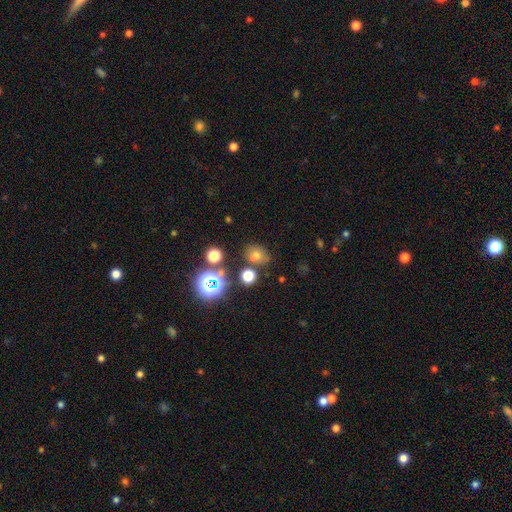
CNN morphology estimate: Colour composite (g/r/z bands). It shows a smooth galaxy with no disk features (58%) that is round (60%). Merging: none (72%).